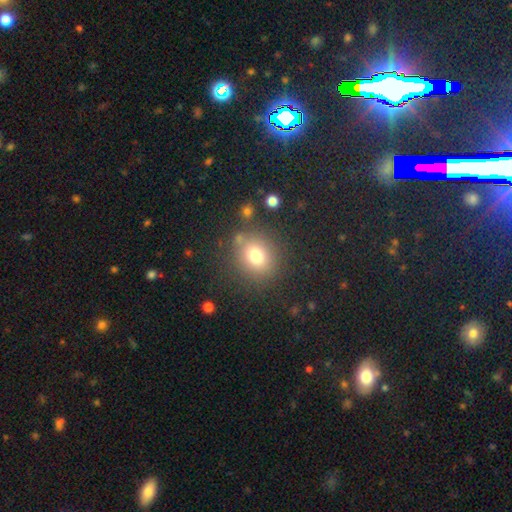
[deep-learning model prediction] A smooth galaxy with no disk features (76%) that is round (72%). Merging: none (80%).